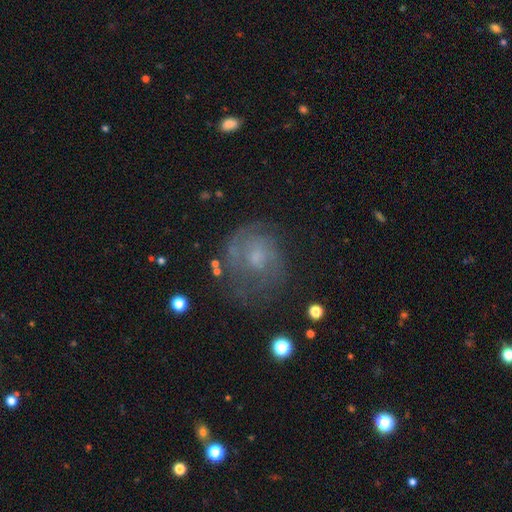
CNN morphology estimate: Q: Smooth or featured?
A: featured or disk (56%); runner-up: smooth (30%)
Q: Edge-on disk?
A: no (97%); runner-up: yes (3%)
Q: Bar?
A: no (70%); runner-up: weak (26%)
Q: Spiral arms?
A: yes (71%); runner-up: no (29%)
Q: Bulge size?
A: small (48%); runner-up: moderate (31%)
Q: Merging?
A: none (55%); runner-up: minor disturbance (22%)